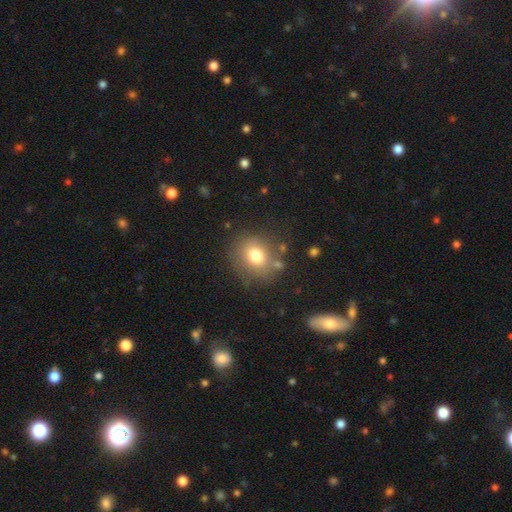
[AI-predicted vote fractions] Smooth or featured? smooth (75%)
How rounded? round (69%)
Merging? none (75%)